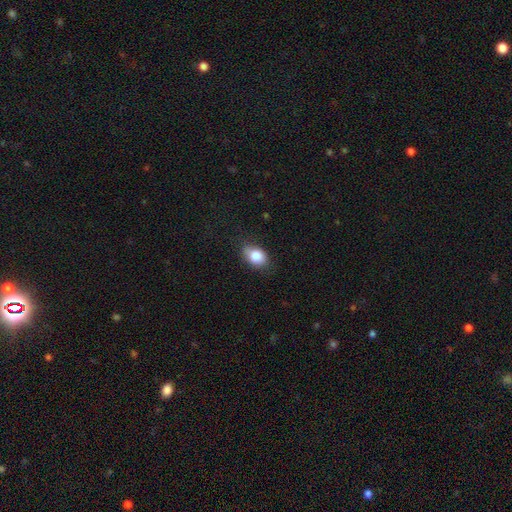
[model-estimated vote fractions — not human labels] A smooth galaxy with no disk features (83%) that is in between round and cigar-shaped (74%).

Vote fractions:
- Smooth or featured? smooth: 83% / star or artifact: 9% / featured or disk: 8%
- How rounded? in between: 74% / round: 25% / cigar-shaped: 1%
- Merging? none: 73% / minor disturbance: 21% / major disturbance: 4% / merger: 1%